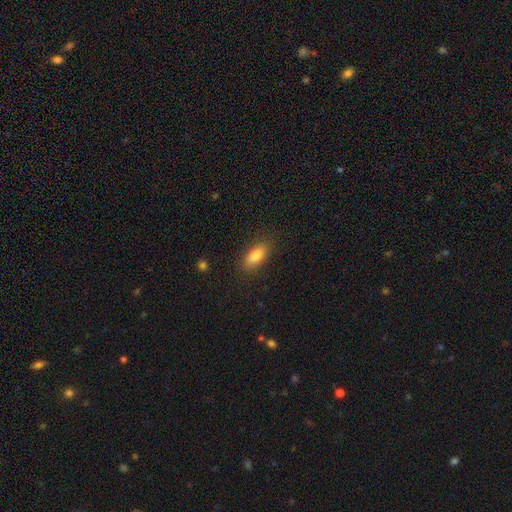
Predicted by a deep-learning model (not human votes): Smooth or featured? Predicted: smooth (p=0.84). How rounded? Predicted: in between (p=0.83). Merging? Predicted: none (p=0.86).